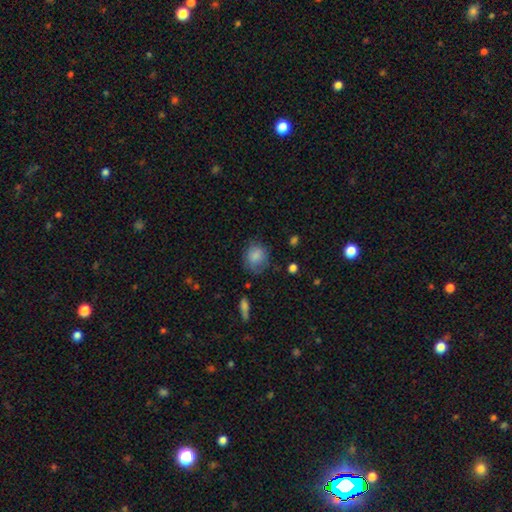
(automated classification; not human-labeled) The model was most divided on "merging": none: 64%, minor disturbance: 24%, major disturbance: 10%, merger: 2%. More confident: smooth or featured — smooth (81%); how rounded — round (70%).